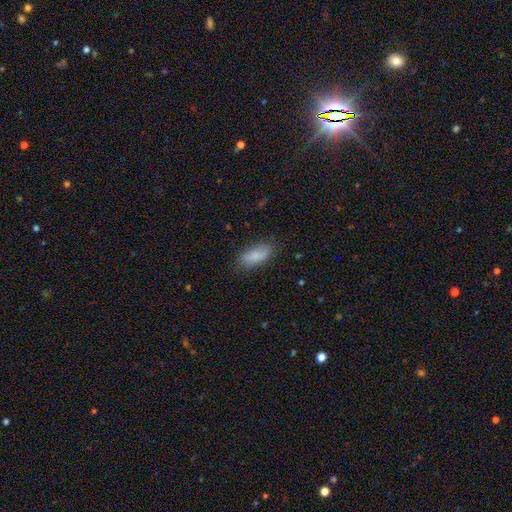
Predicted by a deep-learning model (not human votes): Morphology: type=smooth (86%); roundness=in between (81%); merging=none (80%).